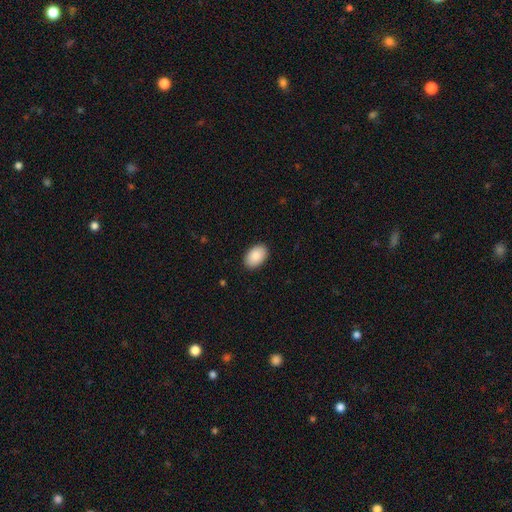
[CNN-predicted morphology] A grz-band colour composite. It shows a smooth galaxy with no disk features (89%) that is in between round and cigar-shaped (92%). Merging: none (90%).